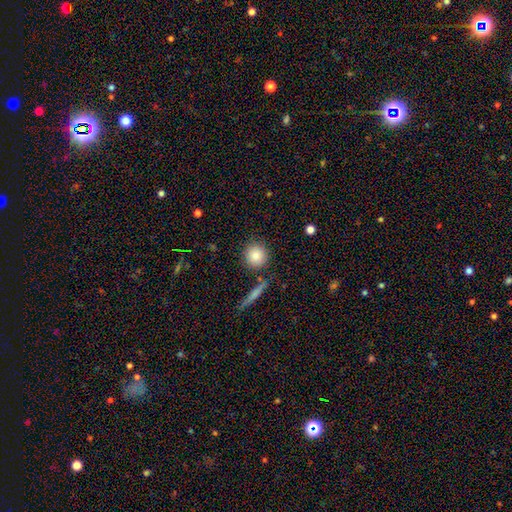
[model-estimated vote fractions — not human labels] Overall: smooth (85%). How rounded: round (90%). Merging: none (83%).